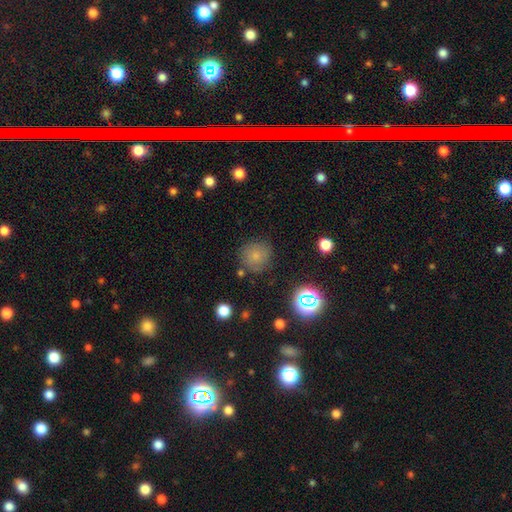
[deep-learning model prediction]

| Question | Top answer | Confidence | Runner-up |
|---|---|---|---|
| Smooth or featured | smooth | 74% | star or artifact (15%) |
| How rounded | round | 91% | in between (8%) |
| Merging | none | 78% | minor disturbance (14%) |